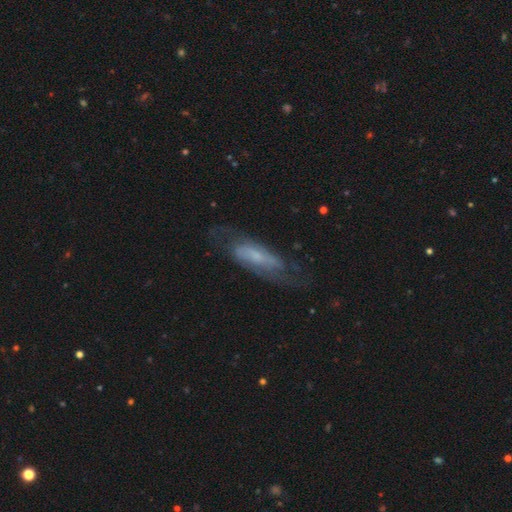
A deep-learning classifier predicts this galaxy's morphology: Smooth or featured? Predicted: featured or disk (p=0.64). Edge-on disk? Predicted: no (p=0.80). Bar? Predicted: no (p=0.45). Spiral arms? Predicted: yes (p=0.82). Bulge size? Predicted: small (p=0.51). Merging? Predicted: none (p=0.64).